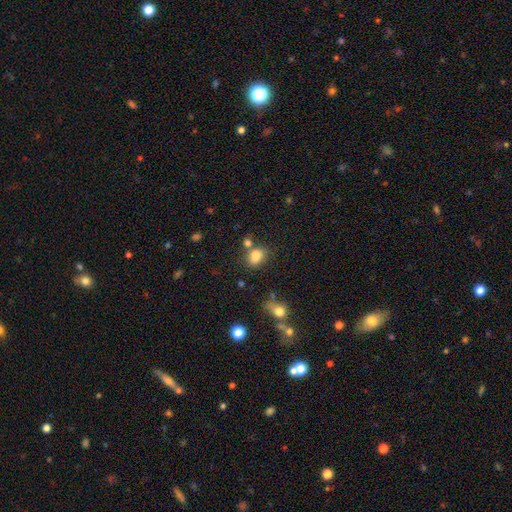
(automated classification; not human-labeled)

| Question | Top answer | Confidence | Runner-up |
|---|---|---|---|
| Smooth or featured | smooth | 81% | star or artifact (11%) |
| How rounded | in between | 72% | round (26%) |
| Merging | none | 55% | merger (22%) |